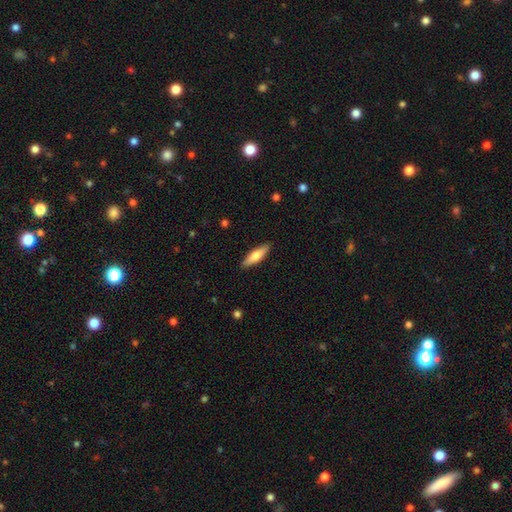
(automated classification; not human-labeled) Overall: smooth (67%; featured or disk 28%). How rounded: cigar-shaped (66%; in between 32%). Merging: none (90%).